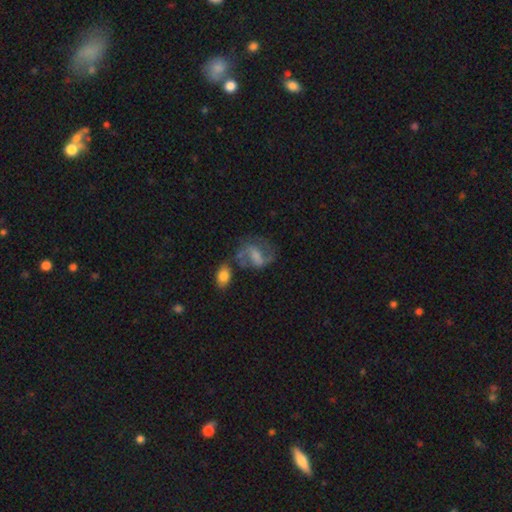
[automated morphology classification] This is likely a featured or disk galaxy (69%). It is clearly not viewed edge-on (96%). Bar: possibly weak (48%). Spiral arm pattern: clearly yes (86%). Spiral arm count: clearly 2 (84%). Spiral winding: possibly medium (49%). Central bulge: marginally small (35%). Merging: possibly none (55%).